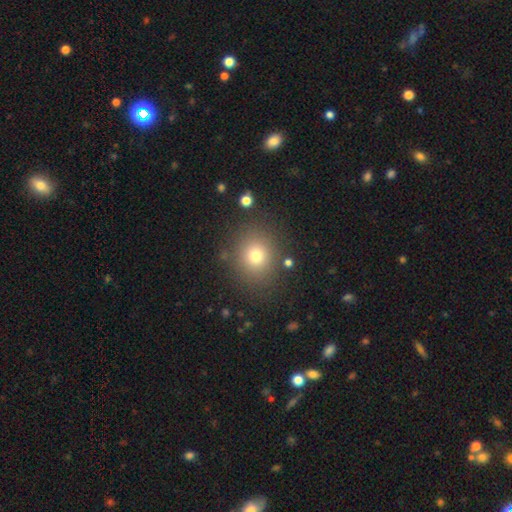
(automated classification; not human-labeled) A smooth galaxy with no disk features (74%) that is round (79%). Merging: none (84%).